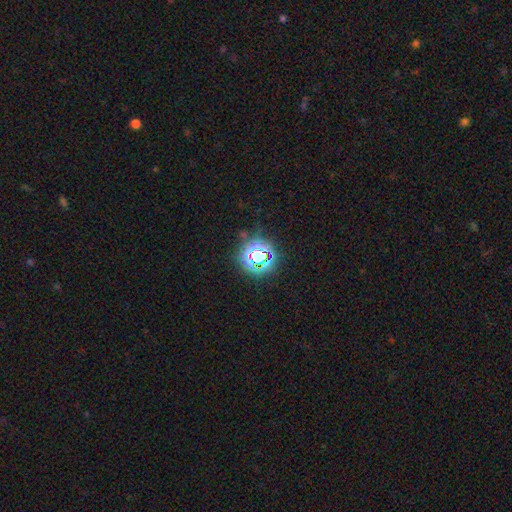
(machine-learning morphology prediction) Smooth or featured? star or artifact (72%)